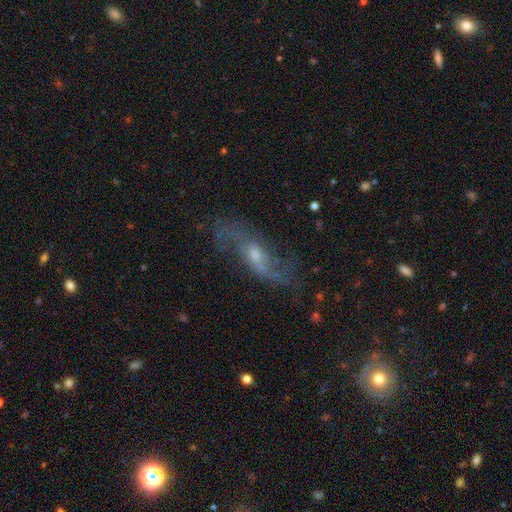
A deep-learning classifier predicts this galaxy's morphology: Smooth or featured: featured or disk — 78% (smooth — 14%)
Edge-on disk: no — 88% (yes — 12%)
Bar: no — 50% (weak — 40%)
Spiral arms: yes — 89% (no — 11%)
Spiral winding: loose — 71% (medium — 22%)
Spiral arm count: 2 — 82% (can't tell — 9%)
Bulge size: moderate — 49% (small — 42%)
Merging: none — 64% (minor disturbance — 20%)